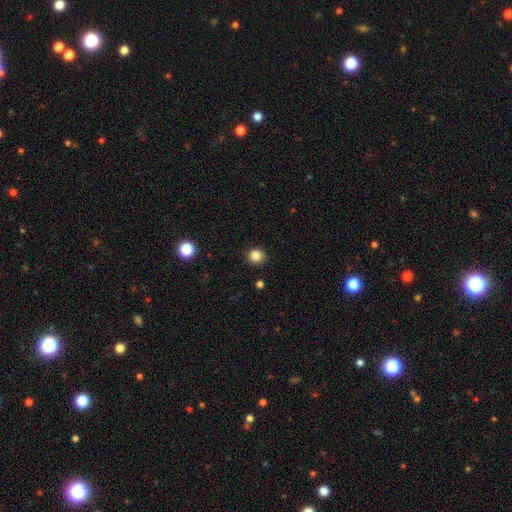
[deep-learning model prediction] smooth_or_featured: smooth (p=0.85) [alt: star or artifact p=0.11]
how_rounded: round (p=0.87) [alt: in between p=0.12]
merging: none (p=0.90) [alt: minor disturbance p=0.06]